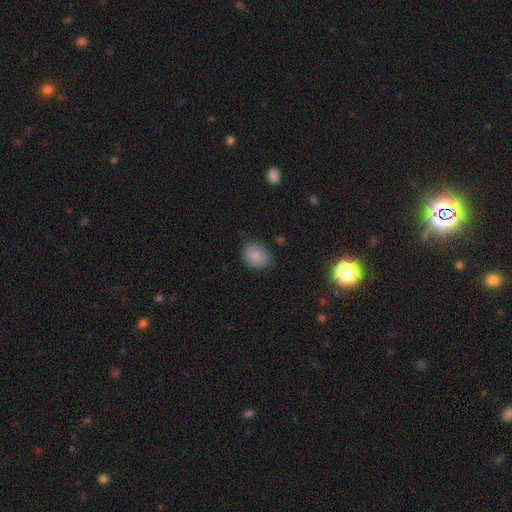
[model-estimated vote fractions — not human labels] Smooth or featured: smooth — 84% (star or artifact — 8%)
How rounded: in between — 54% (round — 45%)
Merging: none — 80% (minor disturbance — 15%)